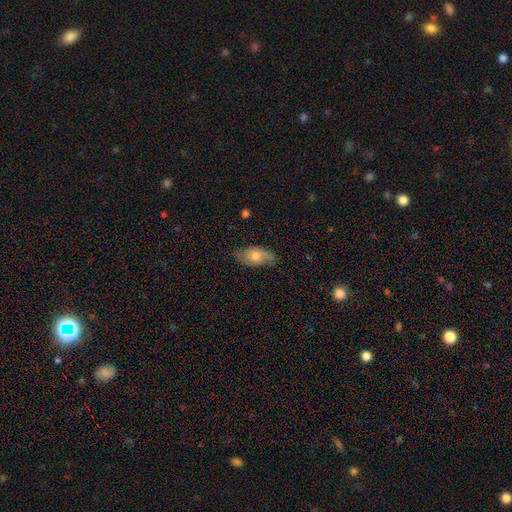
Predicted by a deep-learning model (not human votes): Q: Smooth or featured?
A: smooth (62%); runner-up: featured or disk (31%)
Q: How rounded?
A: in between (90%); runner-up: round (6%)
Q: Merging?
A: none (71%); runner-up: minor disturbance (23%)